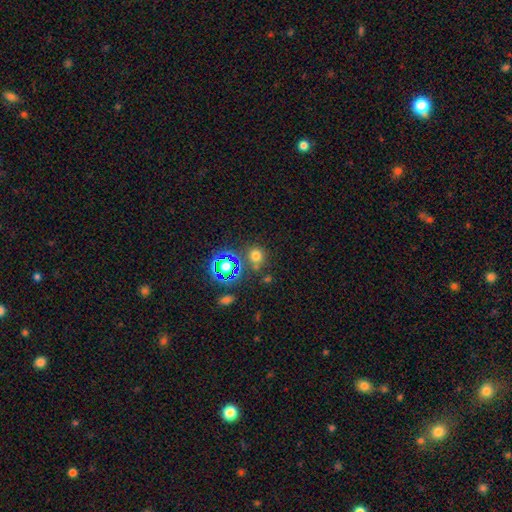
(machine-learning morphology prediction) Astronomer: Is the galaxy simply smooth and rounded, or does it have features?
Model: smooth — 65%.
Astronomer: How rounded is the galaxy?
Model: round — 85%.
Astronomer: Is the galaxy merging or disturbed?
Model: none — 73%.